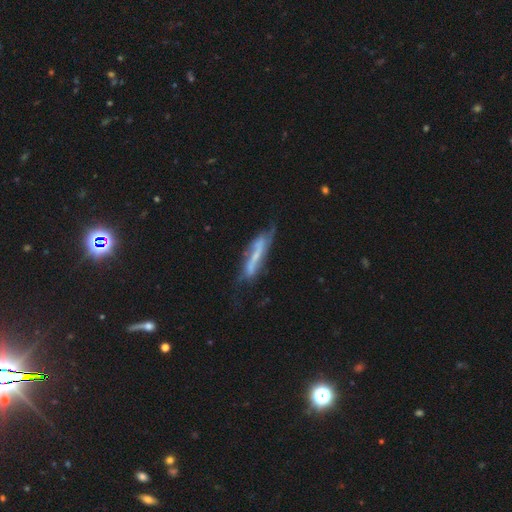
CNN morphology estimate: Overall: featured or disk (61%; smooth 31%). Edge-on disk: no (51%; yes 49%). Merging: none (46%; minor disturbance 29%).